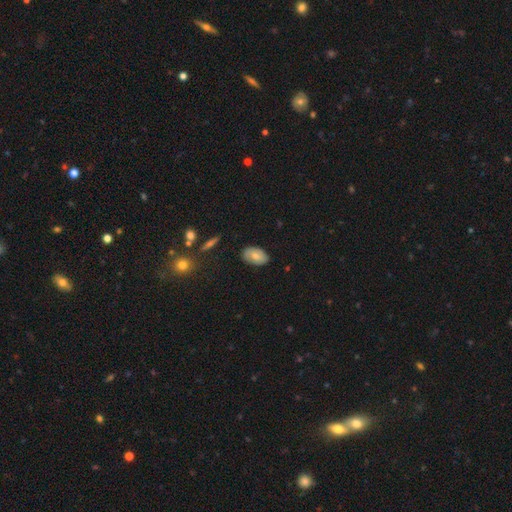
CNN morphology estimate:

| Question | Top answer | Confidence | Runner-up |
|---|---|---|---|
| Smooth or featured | smooth | 72% | featured or disk (20%) |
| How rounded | in between | 92% | round (6%) |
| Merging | none | 82% | minor disturbance (14%) |